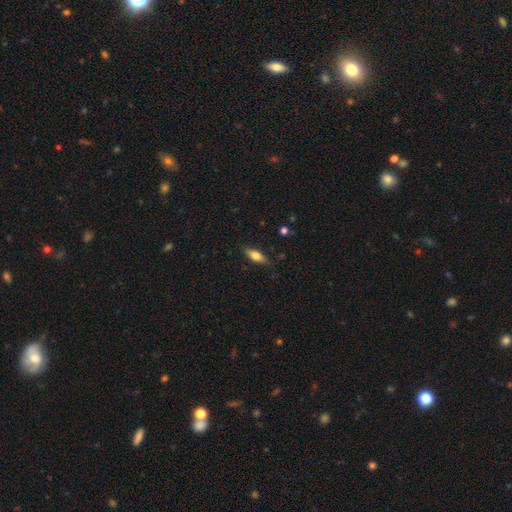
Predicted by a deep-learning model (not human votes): smooth-or-featured: smooth: 66% | featured or disk: 28% | star or artifact: 7%
  how-rounded: in between: 68% | cigar-shaped: 29% | round: 3%
  merging: none: 83% | minor disturbance: 13% | major disturbance: 3% | merger: 1%